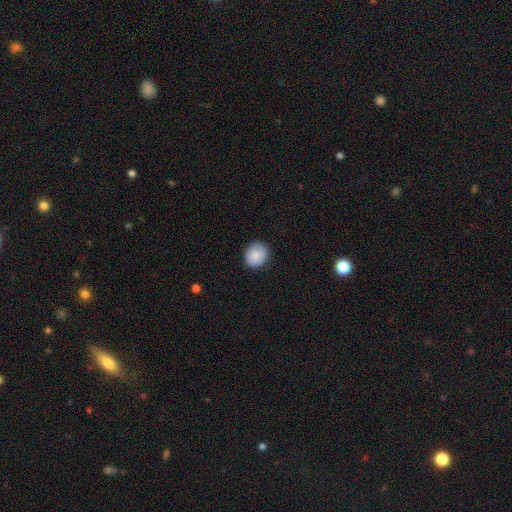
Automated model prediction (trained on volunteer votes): smooth-or-featured: smooth: 87% | star or artifact: 7% | featured or disk: 6%
  how-rounded: round: 72% | in between: 27% | cigar-shaped: 1%
  merging: none: 88% | minor disturbance: 9% | major disturbance: 2% | merger: 1%